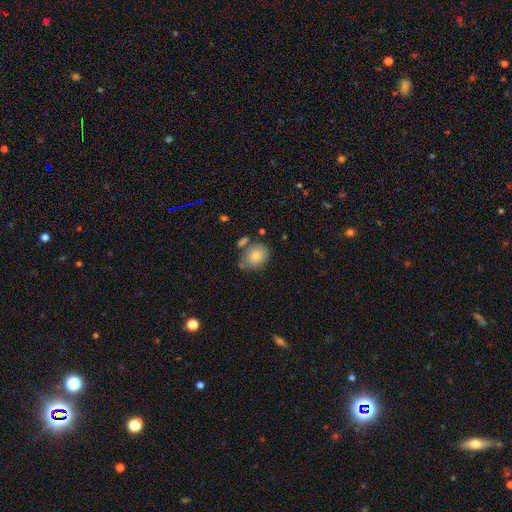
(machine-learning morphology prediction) smooth 77%, featured or disk 14%, star or artifact 9%. Down the decision tree: how rounded — round (58%); merging — none (61%).